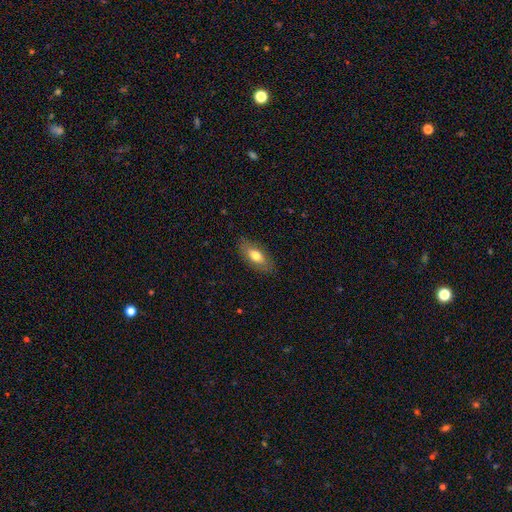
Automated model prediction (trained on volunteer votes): A smooth galaxy with no disk features (71%) that is in between round and cigar-shaped (83%). Merging: none (83%).